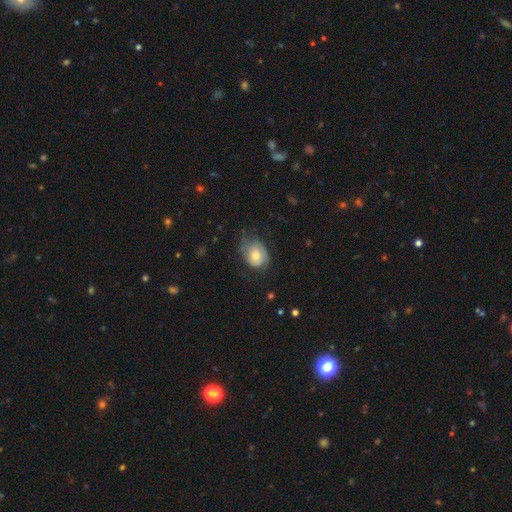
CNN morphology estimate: Smooth or featured? smooth (64%)
How rounded? in between (54%)
Merging? none (50%)